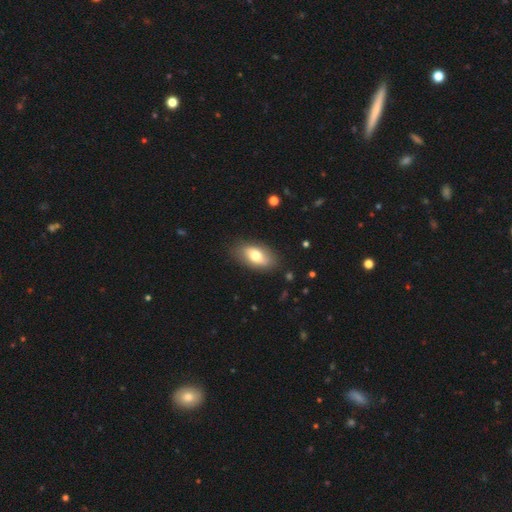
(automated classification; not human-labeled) smooth_or_featured: smooth (p=0.68) [alt: featured or disk p=0.25]
how_rounded: in between (p=0.91) [alt: round p=0.05]
merging: none (p=0.83) [alt: minor disturbance p=0.13]